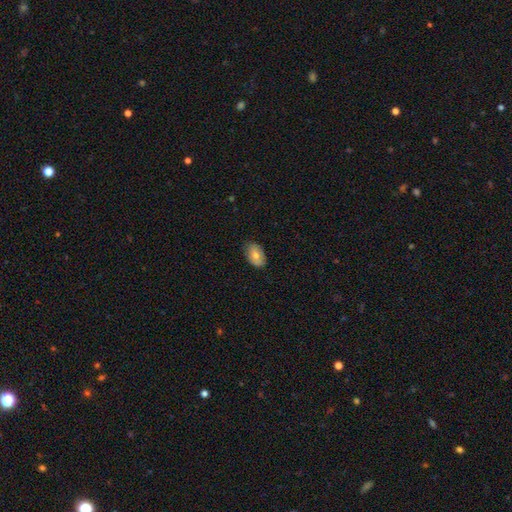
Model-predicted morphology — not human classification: smooth 71%, featured or disk 22%, star or artifact 7%. Down the decision tree: how rounded — in between (89%); merging — none (80%).